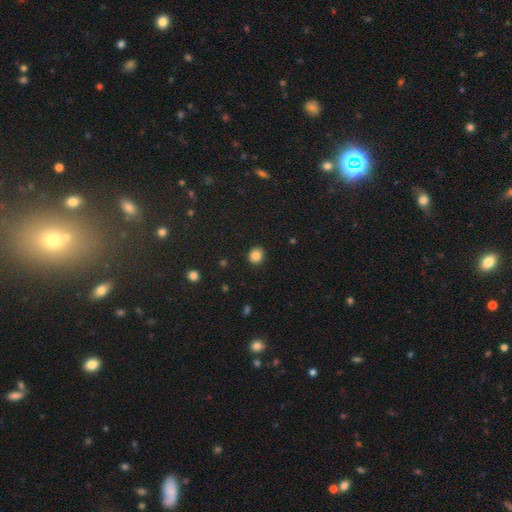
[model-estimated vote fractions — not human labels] Smooth or featured?
  - smooth: 85% *
  - star or artifact: 11%
  - featured or disk: 5%
How rounded?
  - round: 84% *
  - in between: 16%
  - cigar-shaped: 1%
Merging?
  - none: 91% *
  - minor disturbance: 6%
  - major disturbance: 2%
  - merger: 1%